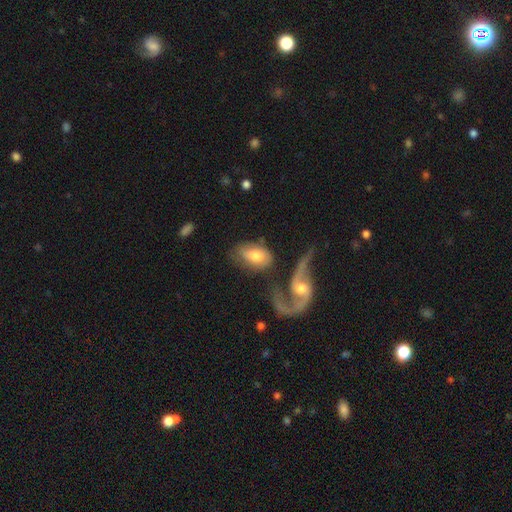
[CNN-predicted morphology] smooth_or_featured: smooth (p=0.55) [alt: featured or disk p=0.38]
how_rounded: in between (p=0.89) [alt: round p=0.09]
merging: none (p=0.42) [alt: merger p=0.23]